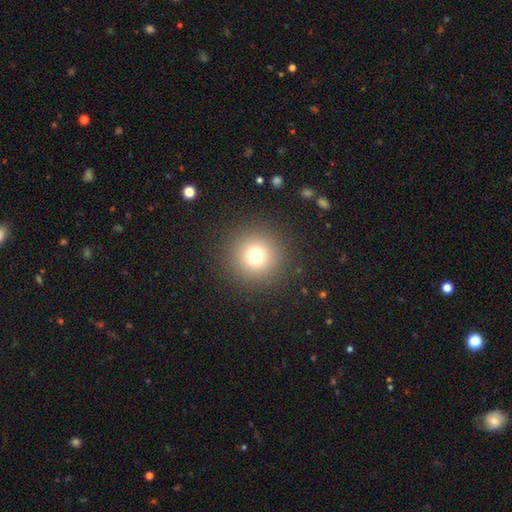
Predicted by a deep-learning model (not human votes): This appears to be a smooth galaxy with no disk features (74%) that is round (96%). Merging: none (91%).